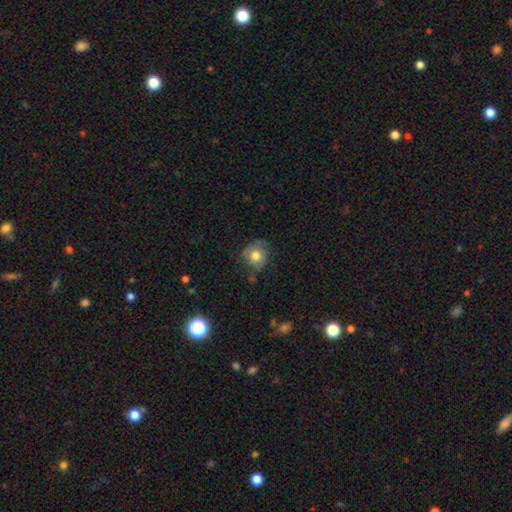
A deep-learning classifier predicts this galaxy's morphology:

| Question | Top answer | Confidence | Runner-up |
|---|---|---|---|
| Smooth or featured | smooth | 75% | featured or disk (15%) |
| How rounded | round | 80% | in between (19%) |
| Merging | none | 67% | minor disturbance (23%) |